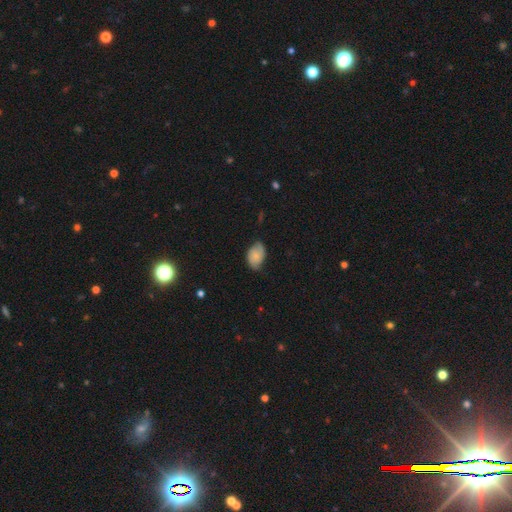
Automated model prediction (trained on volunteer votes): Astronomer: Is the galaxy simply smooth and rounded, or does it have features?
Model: smooth — 63%.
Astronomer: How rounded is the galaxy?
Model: in between — 84%.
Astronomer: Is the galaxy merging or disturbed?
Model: none — 59%.